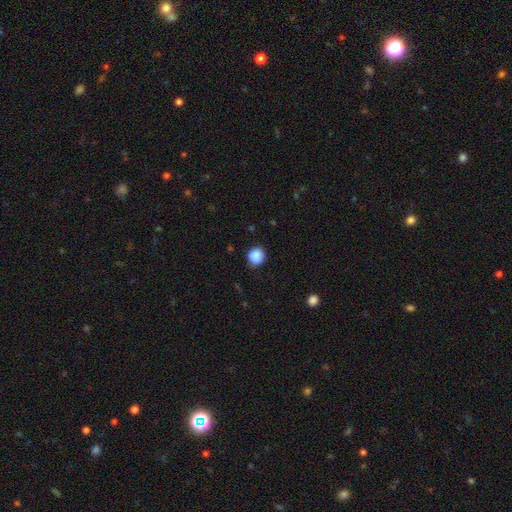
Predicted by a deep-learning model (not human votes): This is clearly a smooth galaxy (87%). How rounded: clearly round (89%). Merging: clearly none (84%).